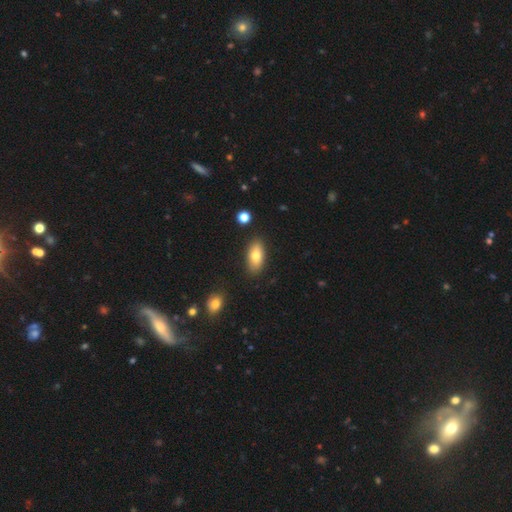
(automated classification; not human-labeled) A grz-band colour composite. It shows a smooth galaxy with no disk features (77%) that is in between round and cigar-shaped (88%). Merging: none (86%).